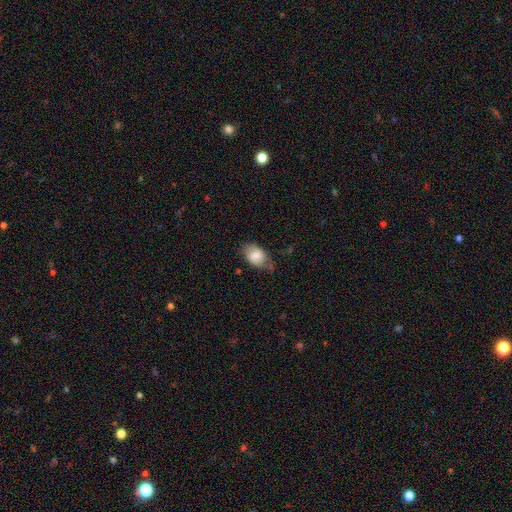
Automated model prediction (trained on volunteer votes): smooth-or-featured: smooth: 78% | featured or disk: 15% | star or artifact: 7%
  how-rounded: in between: 87% | round: 11% | cigar-shaped: 1%
  merging: none: 60% | minor disturbance: 30% | major disturbance: 8% | merger: 2%